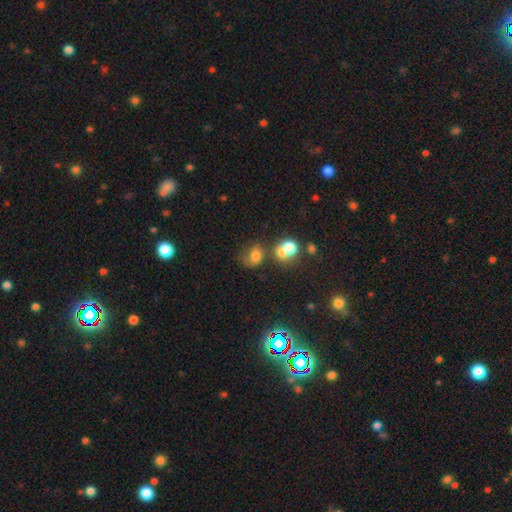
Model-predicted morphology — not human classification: smooth 68%, featured or disk 16%, star or artifact 15%. Down the decision tree: how rounded — round (51%); merging — none (34%).